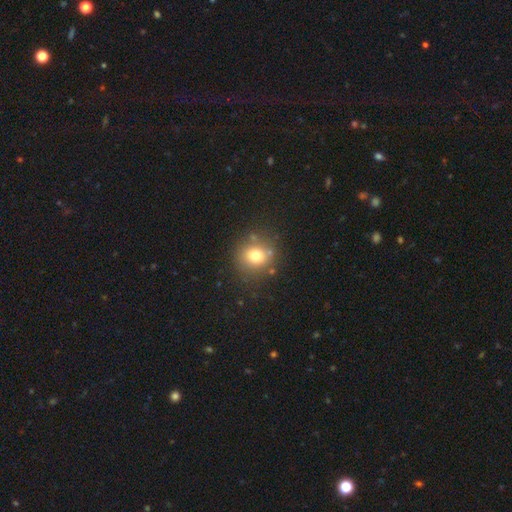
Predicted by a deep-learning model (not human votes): Overall: smooth (74%). How rounded: round (86%). Merging: none (81%).